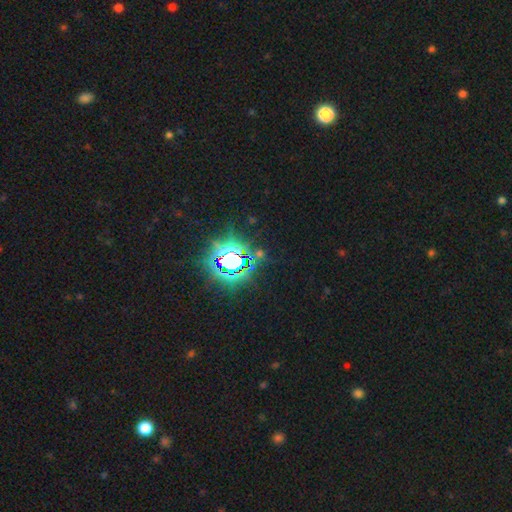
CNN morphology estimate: Smooth or featured? Predicted: star or artifact (p=0.82).